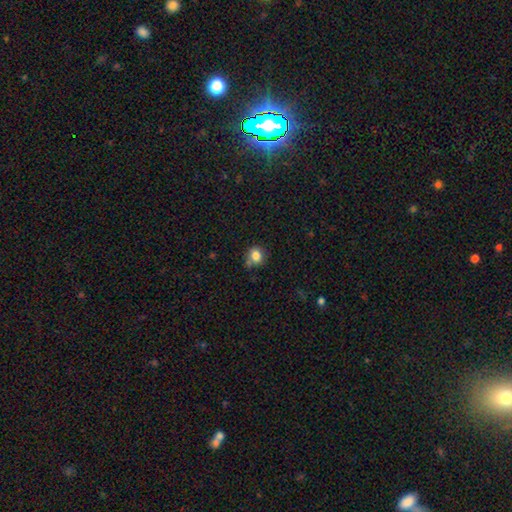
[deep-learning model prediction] Q: Smooth or featured?
A: smooth (83%); runner-up: star or artifact (11%)
Q: How rounded?
A: round (70%); runner-up: in between (29%)
Q: Merging?
A: none (63%); runner-up: minor disturbance (23%)